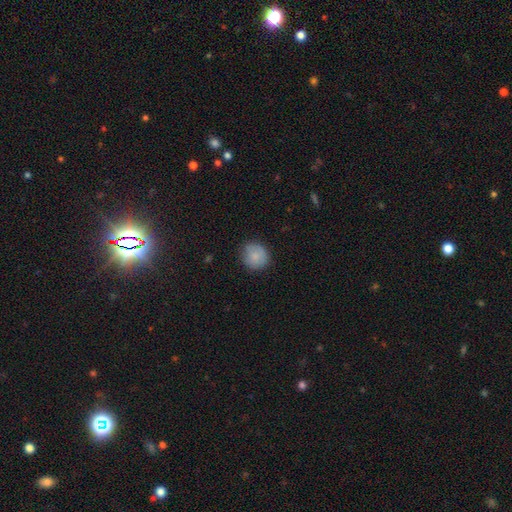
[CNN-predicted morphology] type=smooth (83%); roundness=round (85%); merging=none (77%).